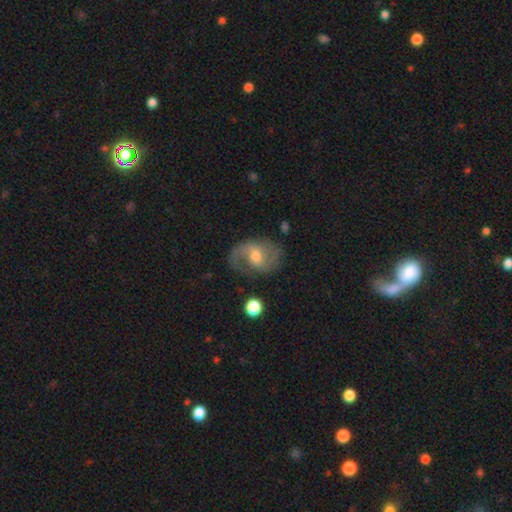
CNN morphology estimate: smooth-or-featured: featured or disk: 78% | smooth: 15% | star or artifact: 7%
  disk-edge-on: no: 97% | yes: 3%
    bar: weak: 49% | no: 38% | strong: 13%
    has-spiral-arms: yes: 92% | no: 8%
      spiral-winding: medium: 49% | loose: 31% | tight: 20%
      spiral-arm-count: 2: 80% | 1: 8% | can't tell: 8% | 3: 2% | 4: 1% | more than 4: 1%
    bulge-size: moderate: 63% | small: 30% | large: 5% | none: 2% | dominant: 1%
  merging: none: 69% | minor disturbance: 19% | major disturbance: 10% | merger: 2%